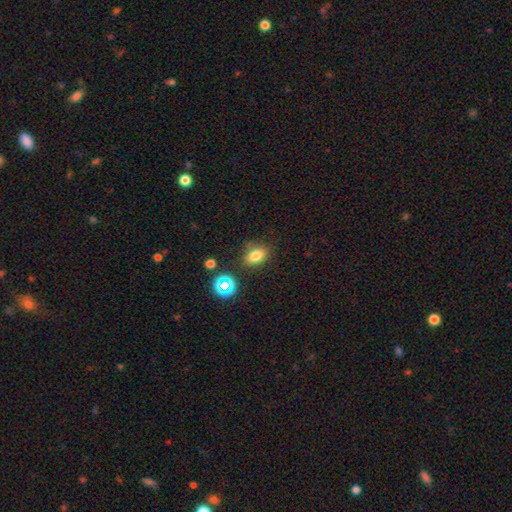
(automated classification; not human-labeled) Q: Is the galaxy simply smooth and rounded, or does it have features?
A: smooth — 76%.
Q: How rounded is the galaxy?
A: in between — 71%.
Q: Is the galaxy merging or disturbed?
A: none — 76%.